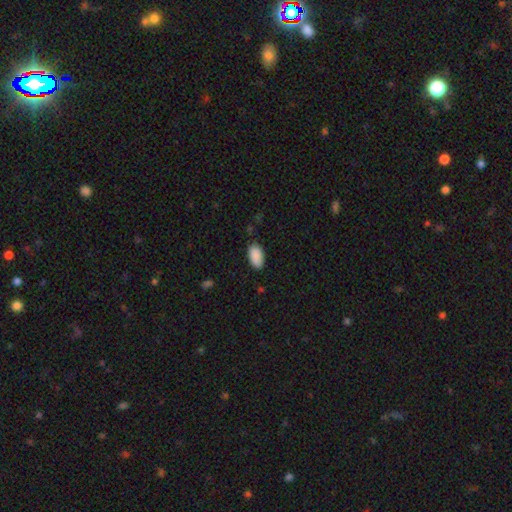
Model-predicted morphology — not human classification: This is clearly a smooth galaxy (90%). How rounded: clearly in between (95%). Merging: clearly none (83%).